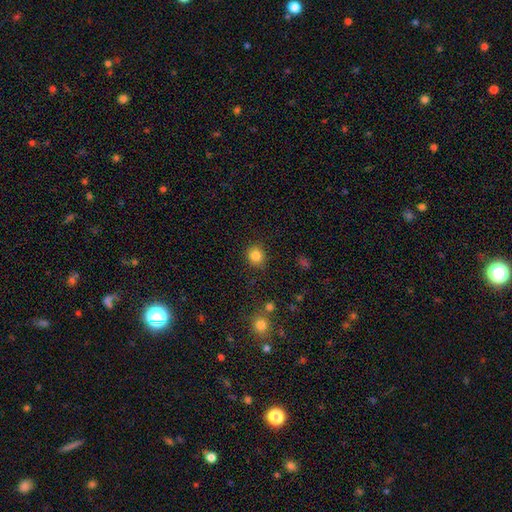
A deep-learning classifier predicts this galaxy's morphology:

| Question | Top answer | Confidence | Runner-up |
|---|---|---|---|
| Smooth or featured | smooth | 84% | star or artifact (11%) |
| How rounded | round | 88% | in between (11%) |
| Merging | none | 88% | minor disturbance (8%) |